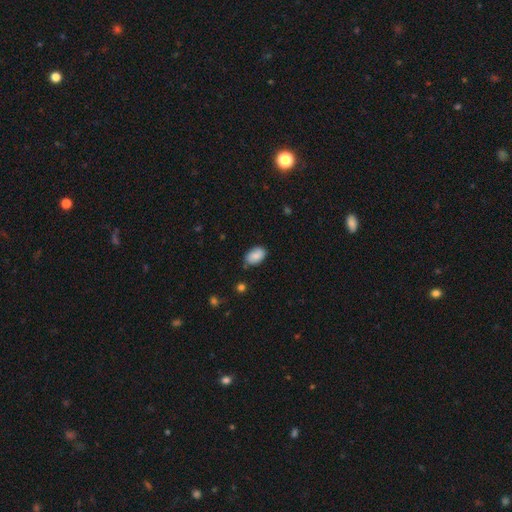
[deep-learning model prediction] A smooth galaxy with no disk features (83%) that is in between round and cigar-shaped (89%).

Vote fractions:
- Smooth or featured? smooth: 83% / featured or disk: 10% / star or artifact: 7%
- How rounded? in between: 89% / round: 9% / cigar-shaped: 1%
- Merging? none: 73% / minor disturbance: 21% / major disturbance: 4% / merger: 2%